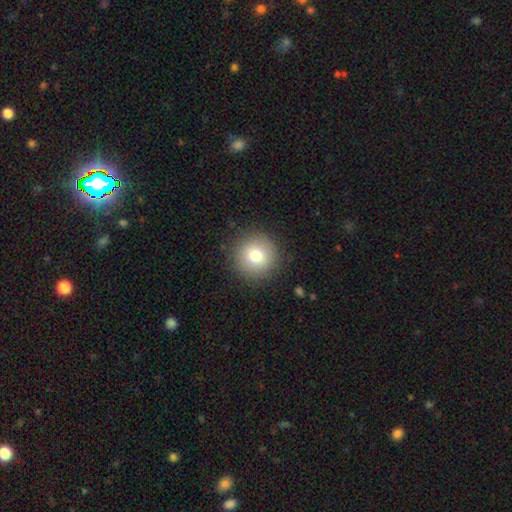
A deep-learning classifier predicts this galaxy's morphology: smooth_or_featured: smooth (p=0.78) [alt: featured or disk p=0.11]
how_rounded: round (p=0.95) [alt: in between p=0.04]
merging: none (p=0.89) [alt: minor disturbance p=0.07]